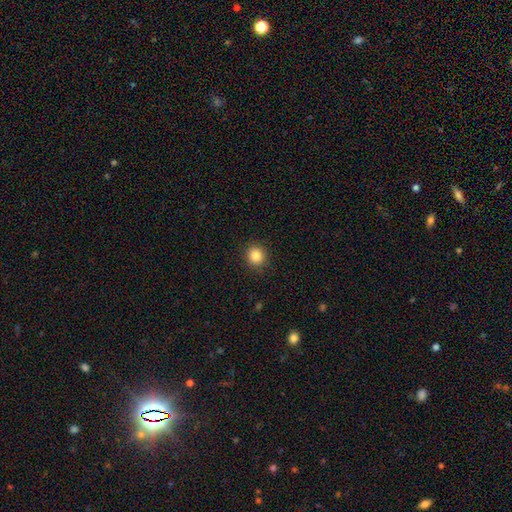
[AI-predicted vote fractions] Overall: smooth (85%). How rounded: round (88%). Merging: none (91%).